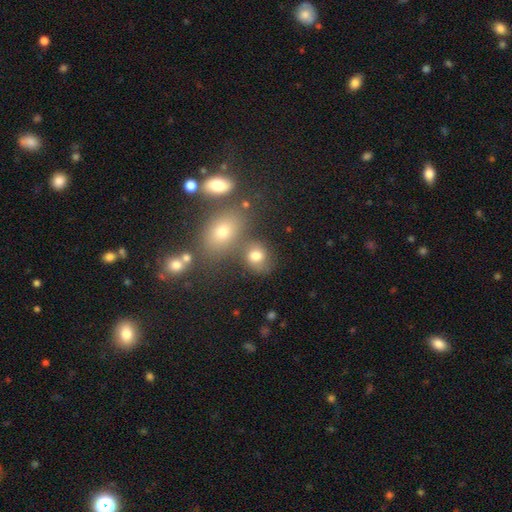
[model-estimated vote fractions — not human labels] A smooth galaxy with no disk features (72%) that is round (57%). Merging: none (58%).